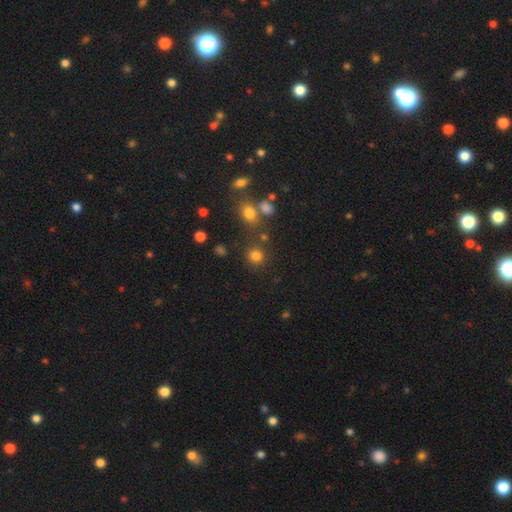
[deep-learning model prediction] A smooth galaxy with no disk features (78%) that is round (86%).

Vote fractions:
- Smooth or featured? smooth: 78% / star or artifact: 16% / featured or disk: 6%
- How rounded? round: 86% / in between: 13% / cigar-shaped: 1%
- Merging? none: 76% / merger: 10% / minor disturbance: 10% / major disturbance: 5%